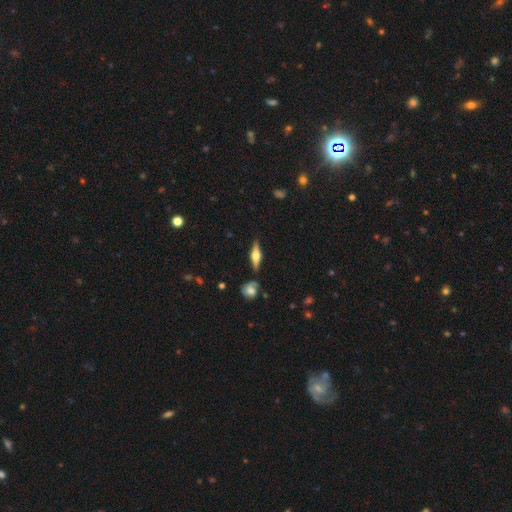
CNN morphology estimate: A featured or disk galaxy (61%) viewed edge-on (95%) with a rounded central bulge (89%).

Vote fractions:
- Smooth or featured? featured or disk: 61% / smooth: 32% / star or artifact: 6%
- Edge-on disk? yes: 95% / no: 5%
- Edge-on bulge? rounded: 89% / boxy: 8% / none: 2%
- Merging? none: 81% / minor disturbance: 11% / merger: 4% / major disturbance: 3%